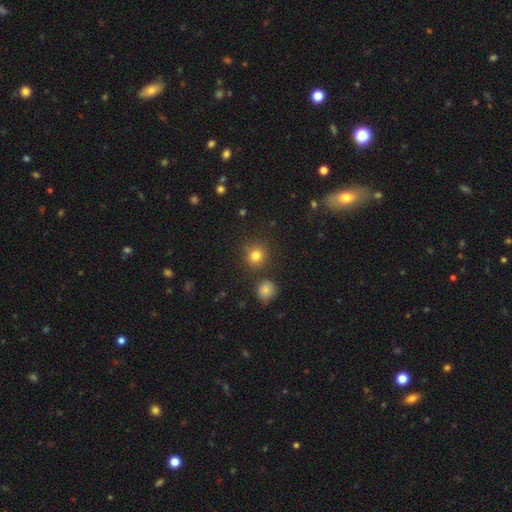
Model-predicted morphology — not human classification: smooth_or_featured: smooth (p=0.80) [alt: star or artifact p=0.14]
how_rounded: round (p=0.91) [alt: in between p=0.08]
merging: none (p=0.84) [alt: minor disturbance p=0.07]